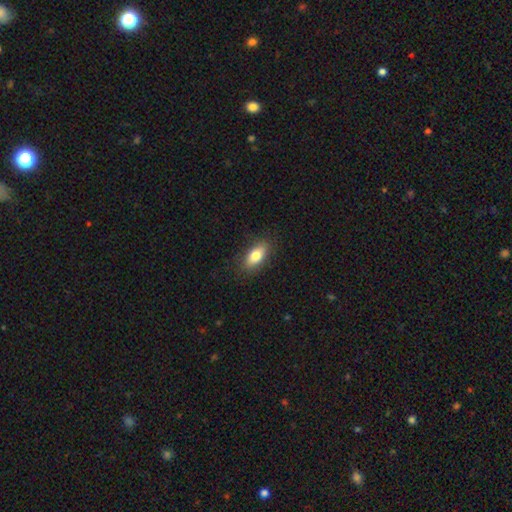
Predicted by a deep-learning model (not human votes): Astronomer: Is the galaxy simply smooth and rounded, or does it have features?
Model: smooth — 78%.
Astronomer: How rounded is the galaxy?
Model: in between — 85%.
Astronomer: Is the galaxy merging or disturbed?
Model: none — 86%.